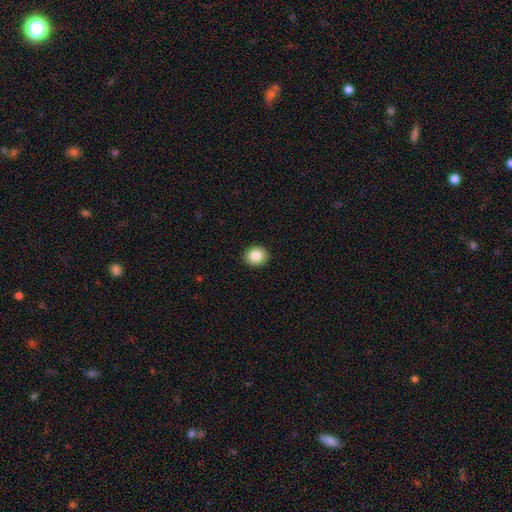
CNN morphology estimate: Smooth or featured? Predicted: smooth (p=0.85). How rounded? Predicted: round (p=0.80). Merging? Predicted: none (p=0.92).